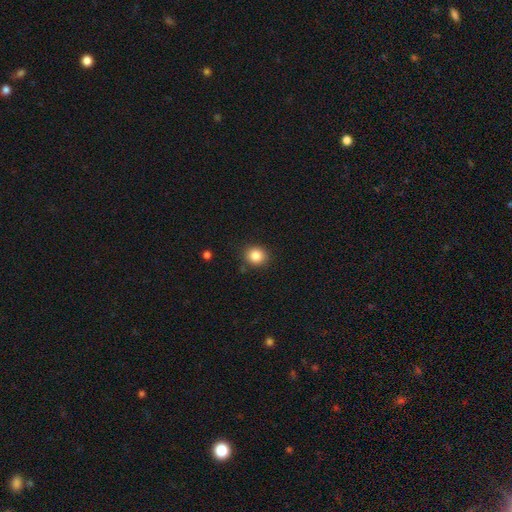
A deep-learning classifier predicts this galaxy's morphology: smooth 85%, star or artifact 10%, featured or disk 5%. Down the decision tree: how rounded — round (82%); merging — none (88%).